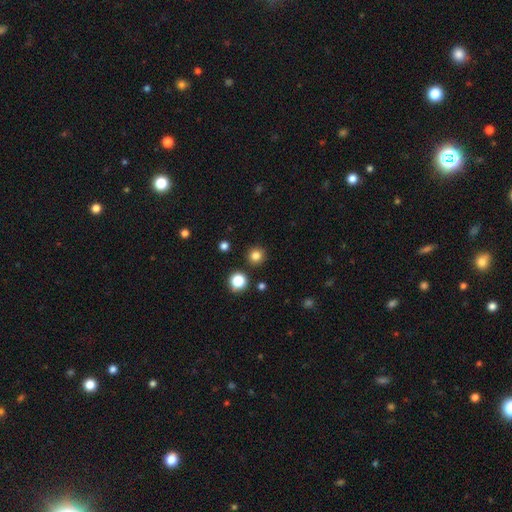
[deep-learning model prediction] This is clearly a smooth galaxy (82%). How rounded: clearly round (95%). Merging: clearly none (91%).